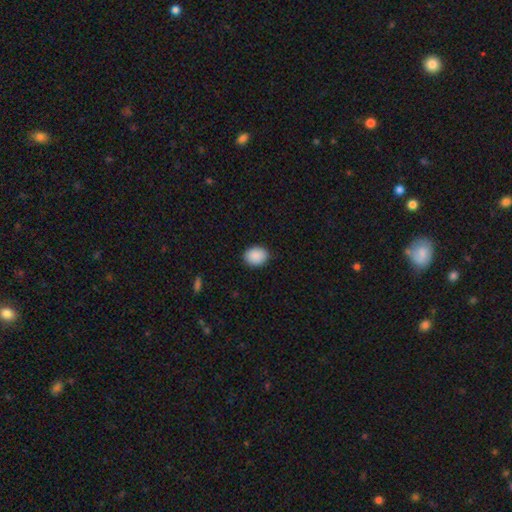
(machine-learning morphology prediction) smooth 90%, star or artifact 7%, featured or disk 2%. Down the decision tree: how rounded — in between (52%); merging — none (88%).